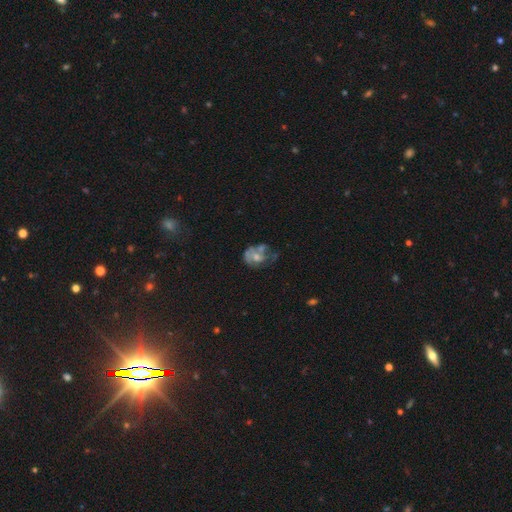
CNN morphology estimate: The model was most divided on "merging" (2-way tie): none: 28%, major disturbance: 28%, minor disturbance: 23%, merger: 21%. More confident: edge-on disk — no (98%); bar — no (83%); spiral arms — no (66%); smooth or featured — featured or disk (56%); bulge size — moderate (53%).